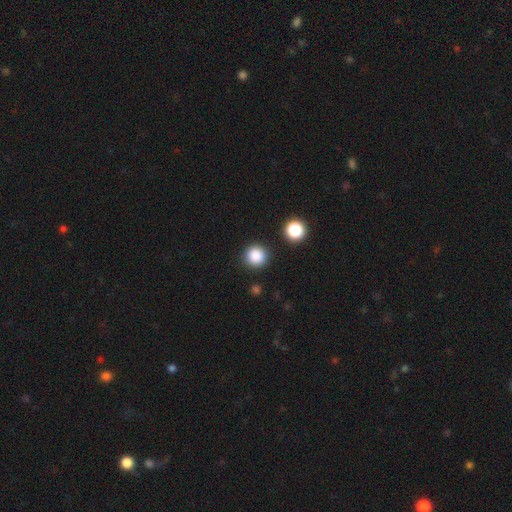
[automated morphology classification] A smooth galaxy with no disk features (86%) that is round (95%). Merging: none (89%).